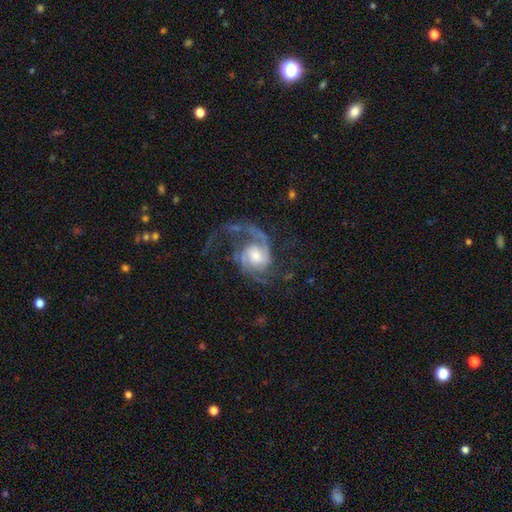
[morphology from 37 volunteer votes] Smooth or featured? 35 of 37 (95%) said featured or disk. Edge-on disk? 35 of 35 (100%) said no. Bar? 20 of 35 (57%) said no. Spiral arms? 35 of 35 (100%) said yes. Spiral winding? 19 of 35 (54%) said medium. Spiral arm count? 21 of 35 (60%) said 2. Bulge size? 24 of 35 (69%) said moderate. Merging? 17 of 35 (49%) said none.